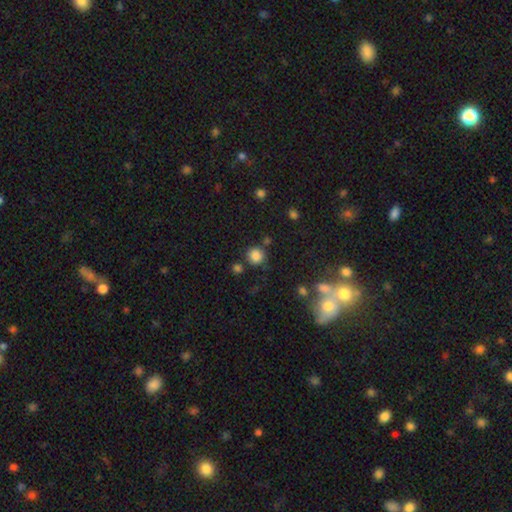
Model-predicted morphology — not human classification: This is clearly a smooth galaxy (83%). How rounded: clearly round (90%). Merging: likely none (77%).